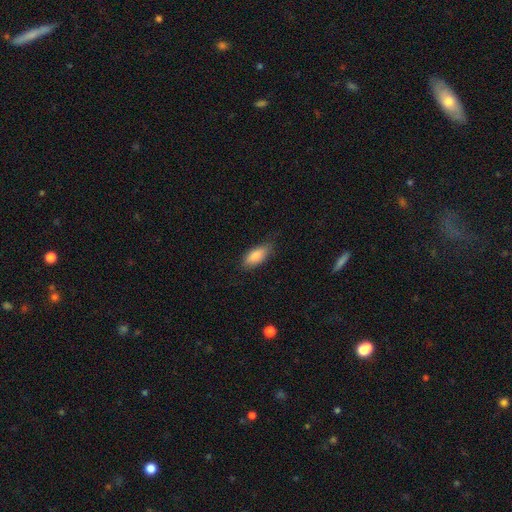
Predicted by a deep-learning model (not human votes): Morphology: type=smooth (85%); roundness=in between (85%); merging=none (74%).